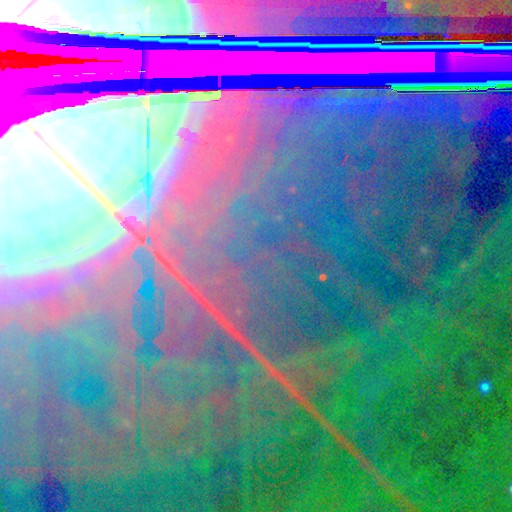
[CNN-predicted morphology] The model was most divided on "smooth or featured": star or artifact: 88%, featured or disk: 7%, smooth: 5%.